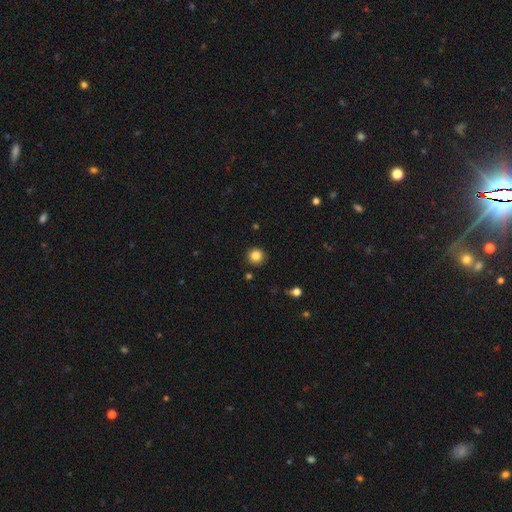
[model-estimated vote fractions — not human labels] smooth-or-featured: smooth: 84% | star or artifact: 11% | featured or disk: 5%
  how-rounded: round: 94% | in between: 5% | cigar-shaped: 1%
  merging: none: 91% | minor disturbance: 6% | major disturbance: 2% | merger: 2%